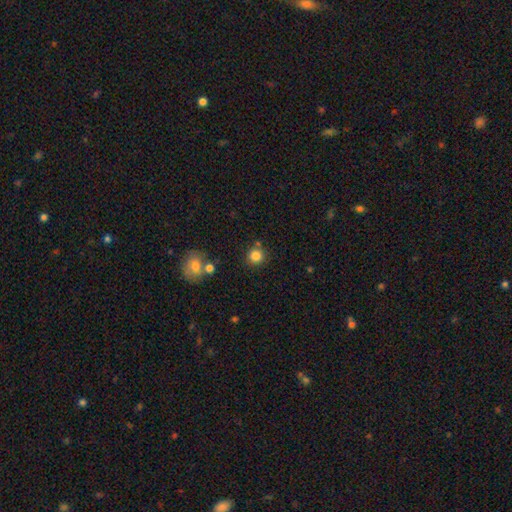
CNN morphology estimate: This is clearly a smooth galaxy (83%). How rounded: clearly round (92%). Merging: likely none (80%).